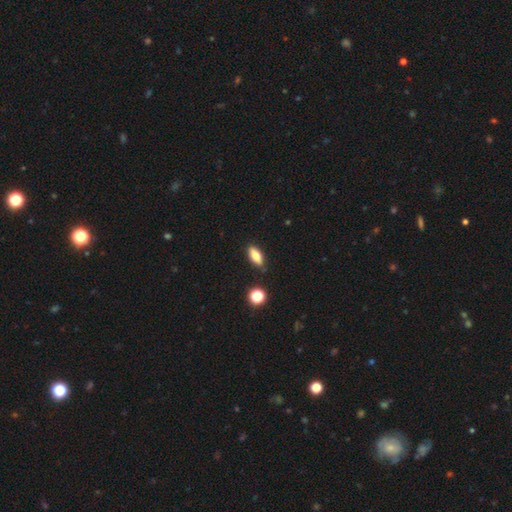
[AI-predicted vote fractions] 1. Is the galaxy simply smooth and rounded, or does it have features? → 76% smooth, 16% featured or disk, 9% star or artifact.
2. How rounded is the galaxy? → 74% in between, 23% cigar-shaped, 4% round.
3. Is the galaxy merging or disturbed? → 84% none, 11% minor disturbance, 3% merger, 2% major disturbance.